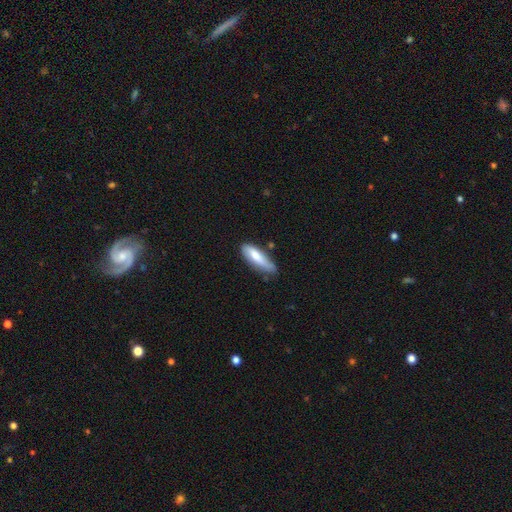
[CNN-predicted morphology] smooth-or-featured: smooth: 70% | featured or disk: 24% | star or artifact: 6%
  how-rounded: cigar-shaped: 50% | in between: 48% | round: 2%
  merging: none: 59% | minor disturbance: 31% | major disturbance: 6% | merger: 4%